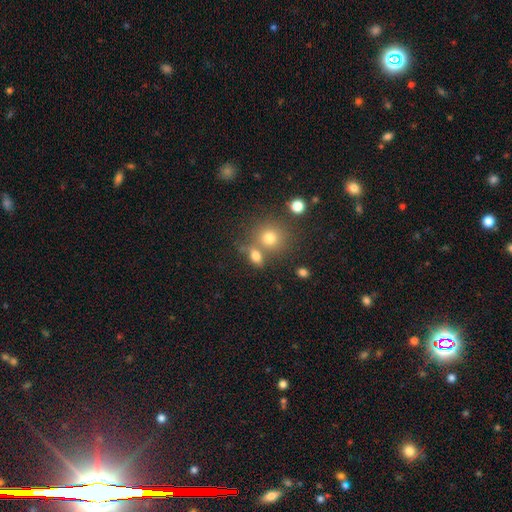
smooth-or-featured: smooth: 82% | star or artifact: 10% | featured or disk: 8%
  how-rounded: in between: 62% | round: 34% | cigar-shaped: 3%
  merging: merger: 40% | none: 34% | major disturbance: 14% | minor disturbance: 11%